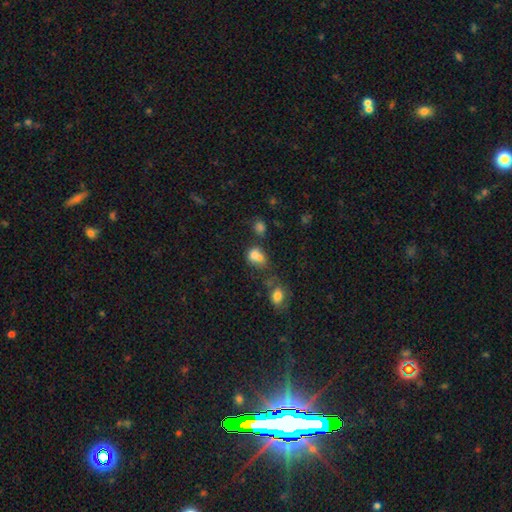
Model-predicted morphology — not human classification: This is likely a smooth galaxy (72%). How rounded: possibly round (52%). Merging: possibly merger (52%).